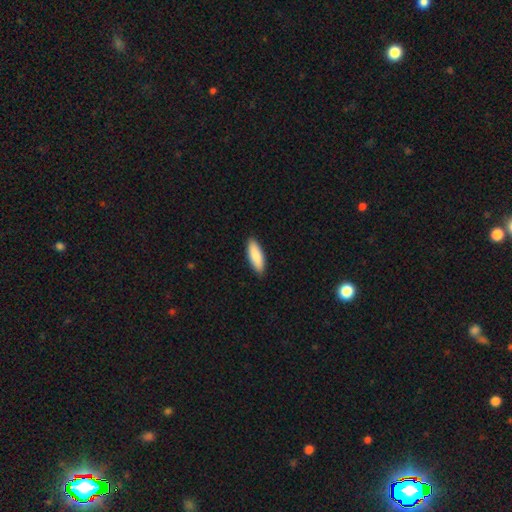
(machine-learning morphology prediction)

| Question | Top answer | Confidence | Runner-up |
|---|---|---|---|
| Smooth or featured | smooth | 86% | featured or disk (9%) |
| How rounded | in between | 62% | cigar-shaped (37%) |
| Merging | none | 89% | minor disturbance (8%) |